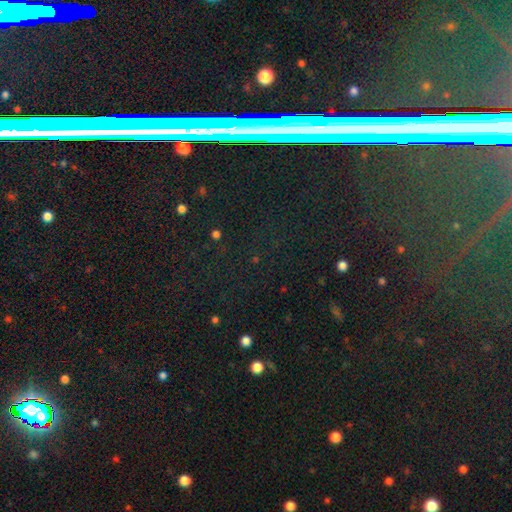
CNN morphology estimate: A star or artifact, not a galaxy (76%).